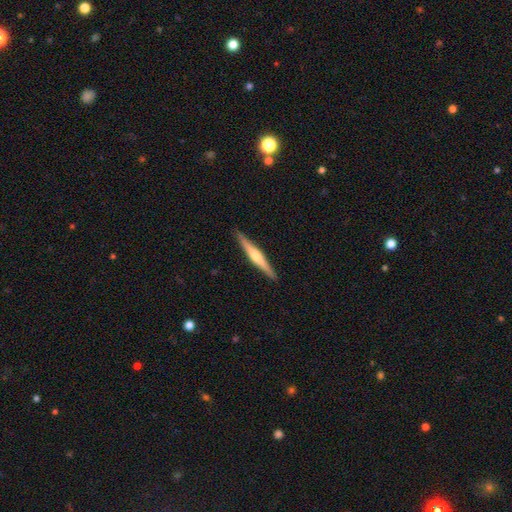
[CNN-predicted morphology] Smooth or featured? Predicted: featured or disk (p=0.64). Edge-on disk? Predicted: yes (p=0.98). Edge-on bulge? Predicted: rounded (p=0.80). Merging? Predicted: none (p=0.91).